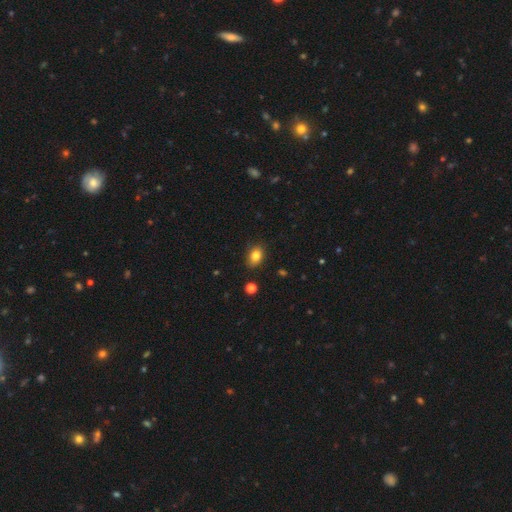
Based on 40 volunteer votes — Smooth or featured? 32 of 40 (80%) said smooth. How rounded? 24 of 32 (75%) said in between. Merging? 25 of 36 (69%) said none.